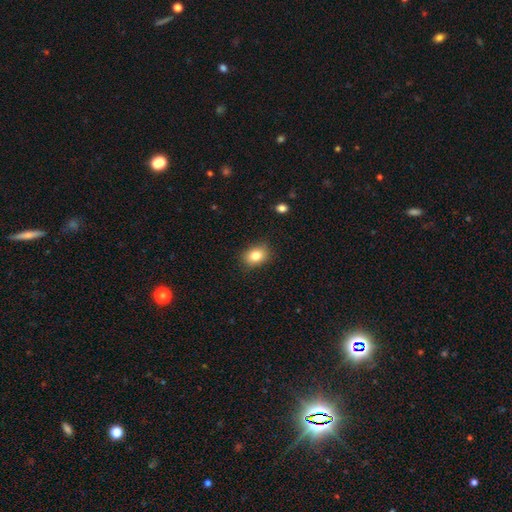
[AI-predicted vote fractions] Overall: smooth (81%). How rounded: in between (66%; round 33%). Merging: none (86%).